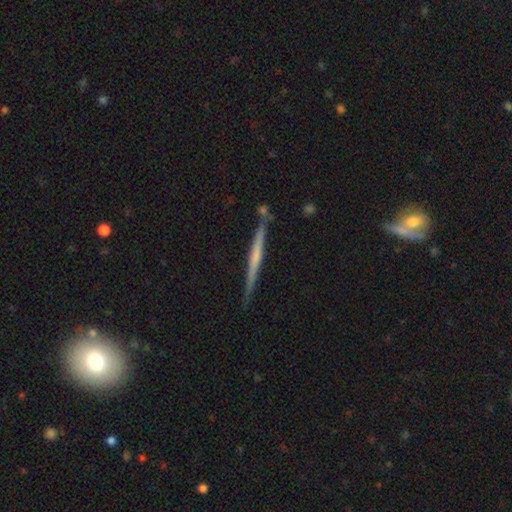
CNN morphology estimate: Smooth or featured? featured or disk (59%)
Edge-on disk? yes (98%)
Edge-on bulge? none (70%)
Merging? none (84%)